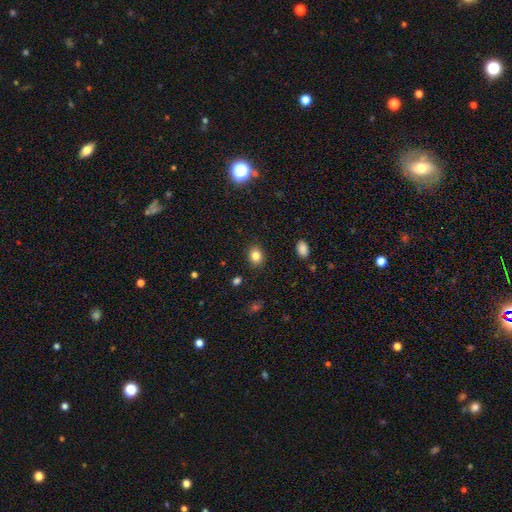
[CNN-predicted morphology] smooth_or_featured: smooth (p=0.83) [alt: star or artifact p=0.11]
how_rounded: round (p=0.55) [alt: in between p=0.44]
merging: none (p=0.89) [alt: minor disturbance p=0.07]